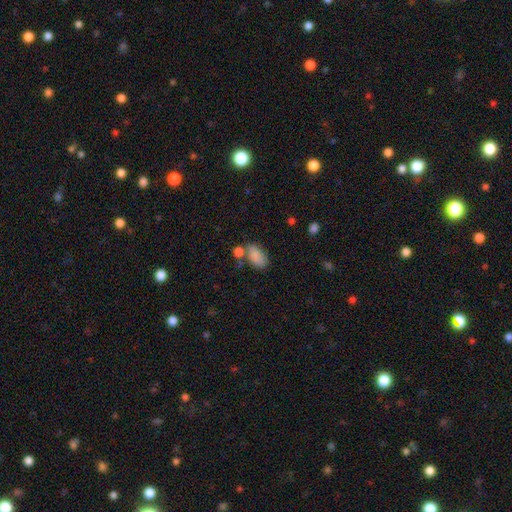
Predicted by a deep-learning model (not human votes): Smooth or featured? Predicted: smooth (p=0.82). How rounded? Predicted: in between (p=0.91). Merging? Predicted: none (p=0.48).